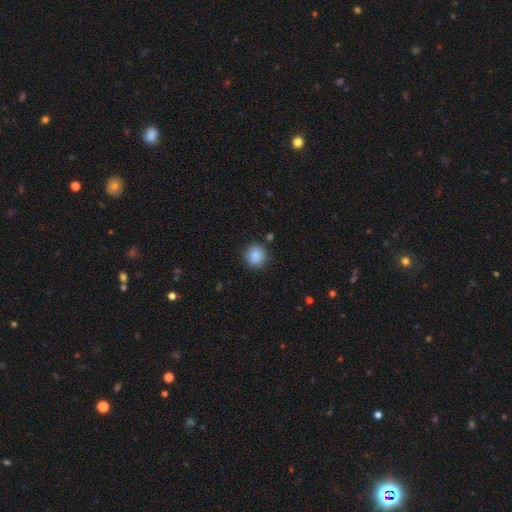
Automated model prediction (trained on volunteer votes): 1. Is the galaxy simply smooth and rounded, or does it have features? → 87% smooth, 9% star or artifact, 4% featured or disk.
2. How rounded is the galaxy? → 91% round, 8% in between, 1% cigar-shaped.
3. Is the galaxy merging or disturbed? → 87% none, 9% minor disturbance, 2% major disturbance, 2% merger.